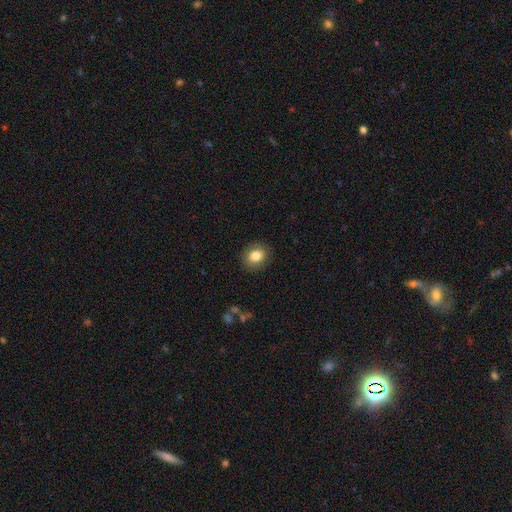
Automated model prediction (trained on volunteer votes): The model was most divided on "how rounded": round: 67%, in between: 32%, cigar-shaped: 1%. More confident: merging — none (88%); smooth or featured — smooth (82%).